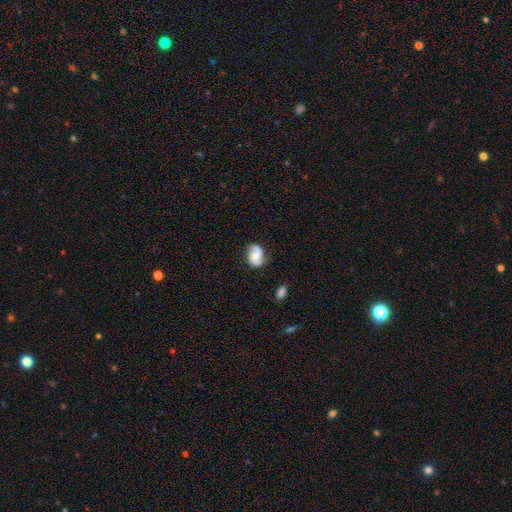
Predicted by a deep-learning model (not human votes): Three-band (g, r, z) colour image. It shows a featured or disk galaxy (62%) with no bar (64%), 2 (83%) medium (40%) spiral arms (89%) and a moderate central bulge (62%). Merging: none (68%).